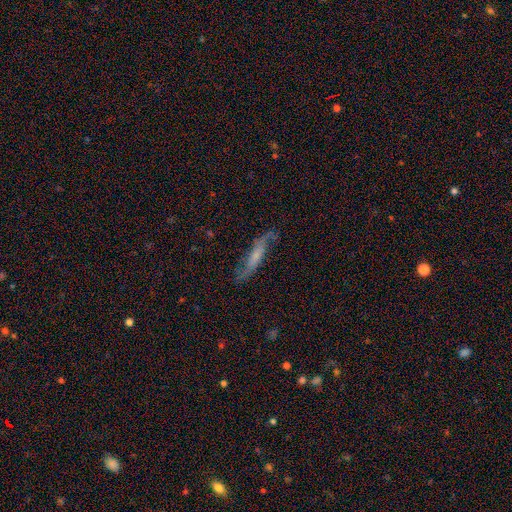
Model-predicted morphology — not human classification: This appears to be a featured or disk galaxy (66%). Merging: none (68%).